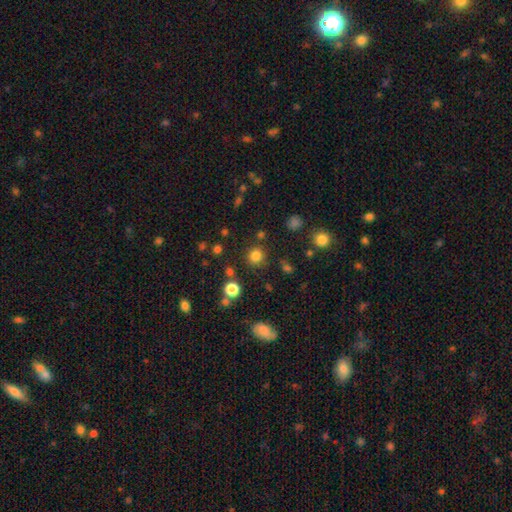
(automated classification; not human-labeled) A smooth galaxy with no disk features (80%) that is round (90%). Merging: none (84%).